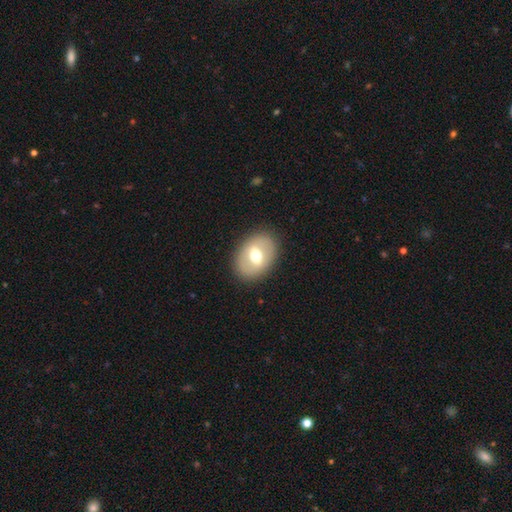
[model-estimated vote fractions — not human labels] smooth-or-featured: smooth: 54% | featured or disk: 39% | star or artifact: 7%
  how-rounded: in between: 70% | round: 29% | cigar-shaped: 1%
  merging: none: 87% | minor disturbance: 9% | major disturbance: 3% | merger: 1%